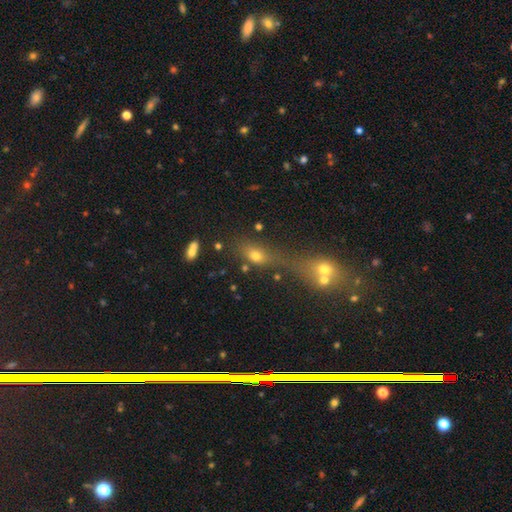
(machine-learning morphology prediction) Overall: smooth (65%). How rounded: in between (62%; round 25%). Merging: merger (39%; none 38%).